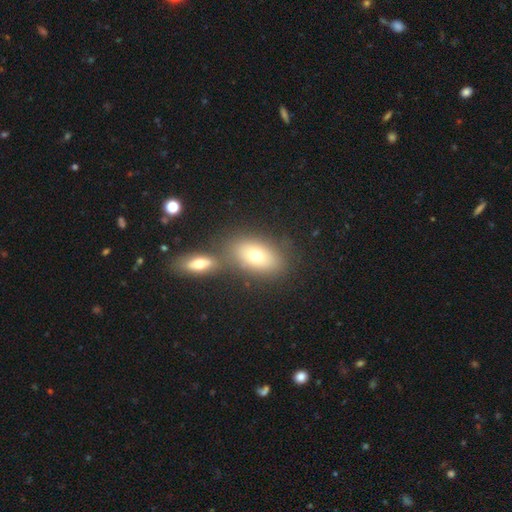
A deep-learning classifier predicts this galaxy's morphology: Smooth or featured? Predicted: smooth (p=0.70). How rounded? Predicted: in between (p=0.85). Merging? Predicted: none (p=0.59).